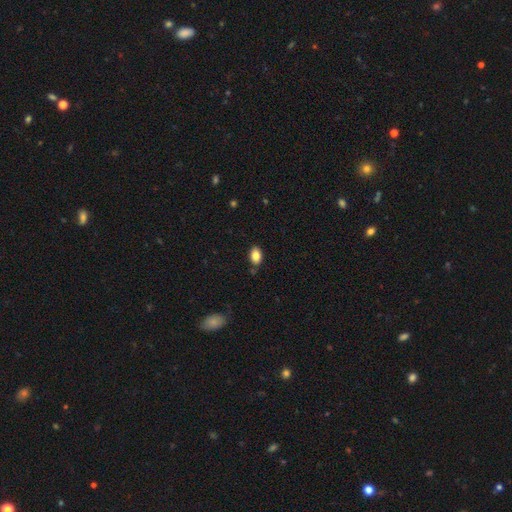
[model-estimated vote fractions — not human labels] This appears to be a smooth galaxy with no disk features (86%) that is in between round and cigar-shaped (88%). Merging: none (82%).